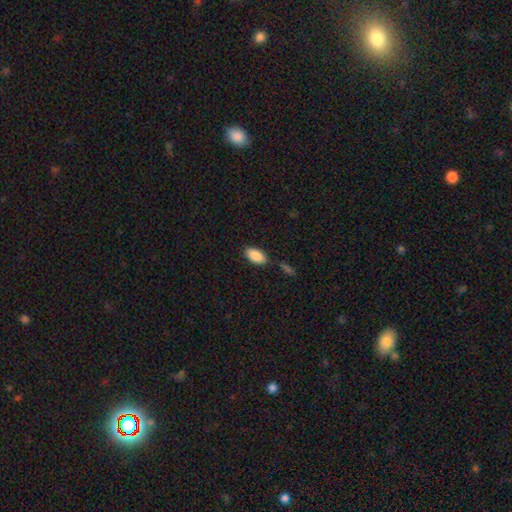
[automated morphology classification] smooth_or_featured: smooth (p=0.88) [alt: star or artifact p=0.07]
how_rounded: in between (p=0.93) [alt: cigar-shaped p=0.04]
merging: none (p=0.79) [alt: minor disturbance p=0.12]